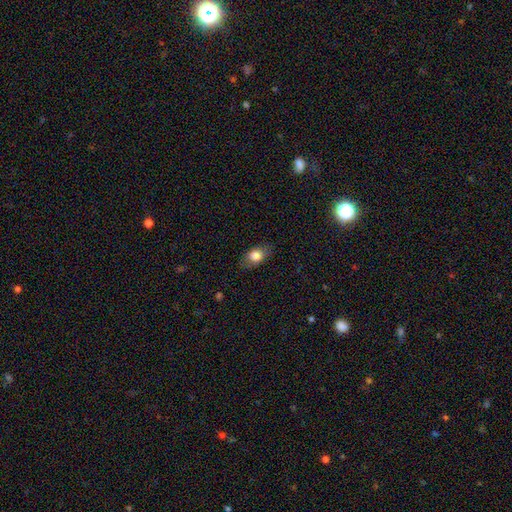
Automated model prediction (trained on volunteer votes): Overall: smooth (78%). How rounded: in between (84%). Merging: none (80%).